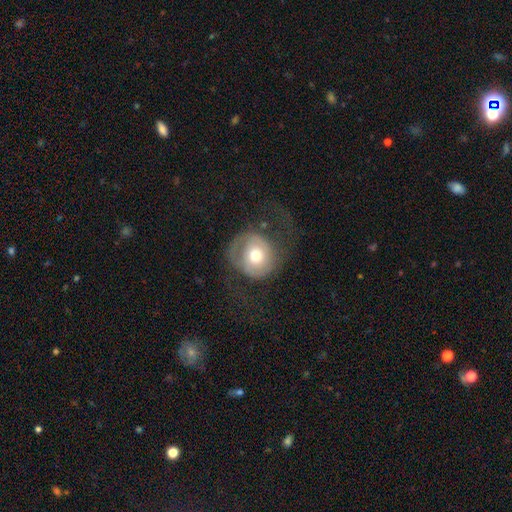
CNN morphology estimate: Smooth or featured? featured or disk (48%)
Merging? major disturbance (40%, tied with none)